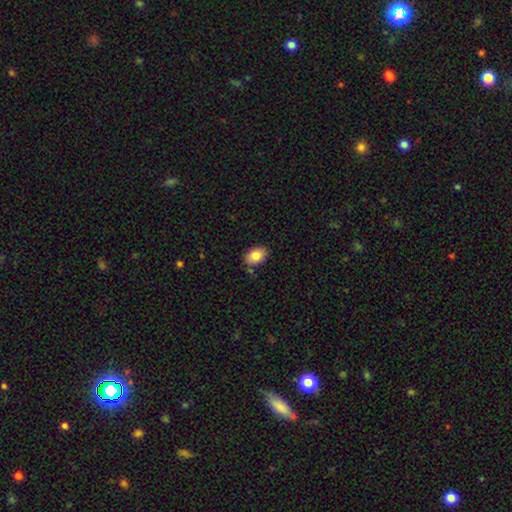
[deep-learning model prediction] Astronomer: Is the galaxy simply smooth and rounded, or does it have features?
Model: smooth — 84%.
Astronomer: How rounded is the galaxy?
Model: in between — 87%.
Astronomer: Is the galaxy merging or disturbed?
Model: none — 81%.